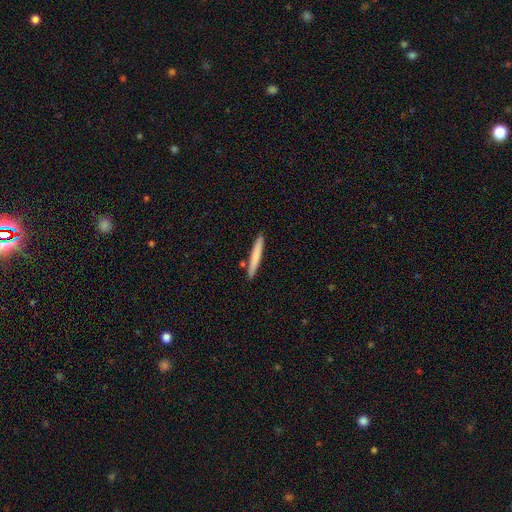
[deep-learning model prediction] This is likely a smooth galaxy (75%). How rounded: clearly cigar-shaped (96%). Merging: clearly none (89%).